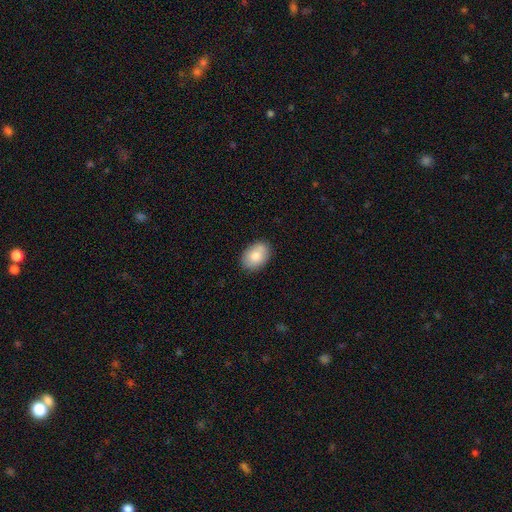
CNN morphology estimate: Smooth or featured: smooth — 80% (featured or disk — 13%)
How rounded: in between — 78% (round — 21%)
Merging: none — 82% (minor disturbance — 13%)